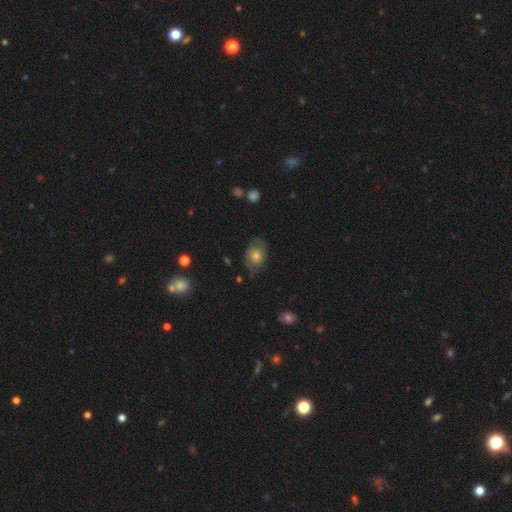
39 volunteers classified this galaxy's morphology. smooth-or-featured: smooth: 49% | featured or disk: 41% | star or artifact: 10%
  how-rounded: in between: 84% | round: 16% | cigar-shaped: 0%
  merging: none: 74% | minor disturbance: 23% | major disturbance: 3% | merger: 0%